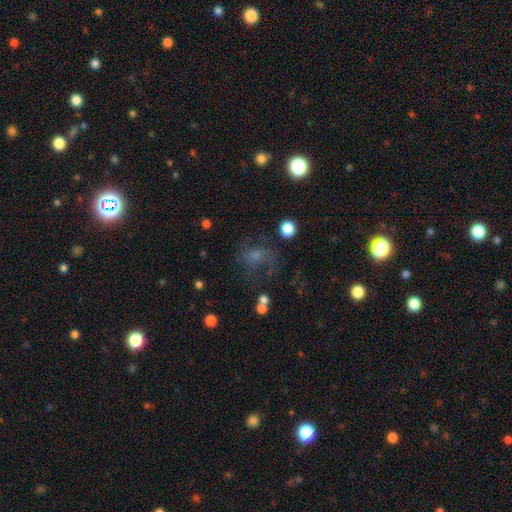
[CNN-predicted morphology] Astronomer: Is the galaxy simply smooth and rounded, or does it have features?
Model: smooth — 40% (runner-up: featured or disk, 35%).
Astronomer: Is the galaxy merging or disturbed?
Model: none — 44% (runner-up: major disturbance, 32%).